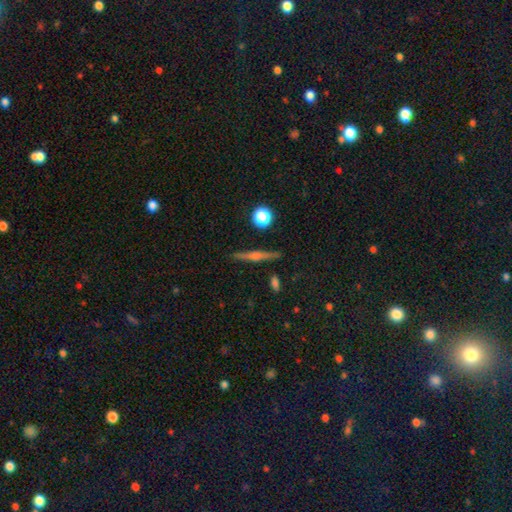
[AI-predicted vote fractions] Smooth or featured? featured or disk (71%)
Edge-on disk? yes (98%)
Edge-on bulge? rounded (82%)
Merging? none (90%)